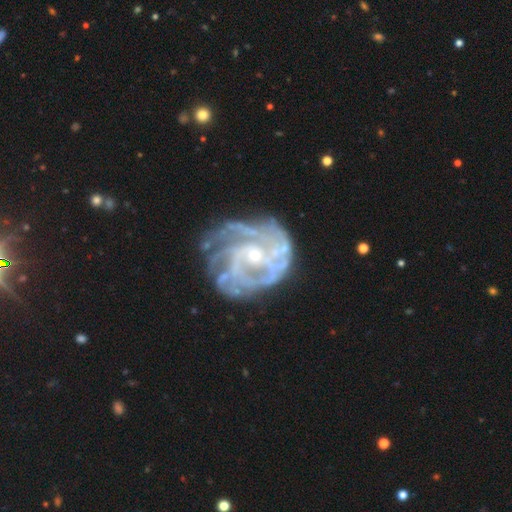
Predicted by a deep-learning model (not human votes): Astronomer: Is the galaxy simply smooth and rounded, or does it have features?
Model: featured or disk — 88%.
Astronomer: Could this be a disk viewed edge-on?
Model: no — 98%.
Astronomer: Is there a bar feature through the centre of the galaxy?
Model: no — 60%.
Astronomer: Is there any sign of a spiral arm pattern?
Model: yes — 92%.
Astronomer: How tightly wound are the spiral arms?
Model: tight — 54% (runner-up: medium, 34%).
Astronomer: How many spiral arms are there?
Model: can't tell — 32% (runner-up: 3, 21%).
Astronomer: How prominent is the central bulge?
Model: small — 74%.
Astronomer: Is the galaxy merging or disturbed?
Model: none — 55%.